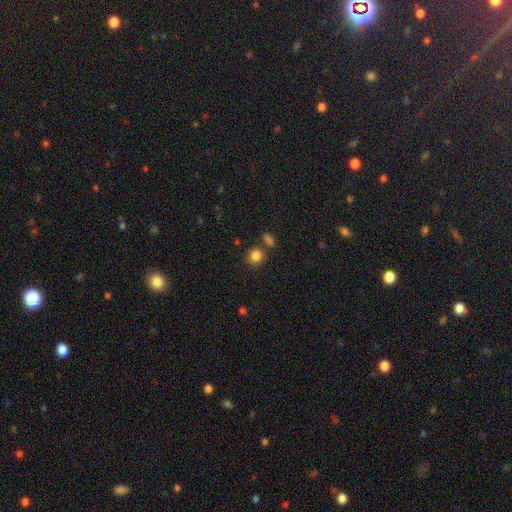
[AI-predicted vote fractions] Overall: smooth (85%). How rounded: round (85%). Merging: none (75%).